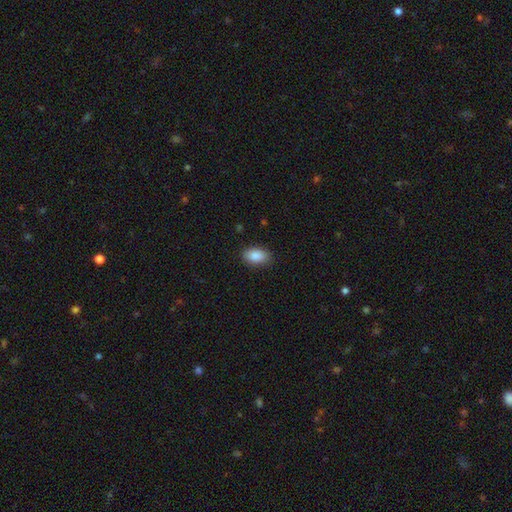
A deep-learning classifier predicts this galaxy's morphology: Smooth or featured: smooth — 88% (star or artifact — 7%)
How rounded: in between — 90% (round — 9%)
Merging: none — 86% (minor disturbance — 11%)